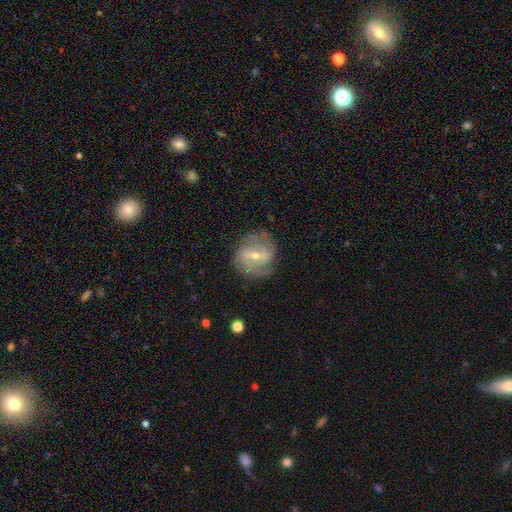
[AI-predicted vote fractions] Overall: featured or disk (78%). Edge-on disk: no (96%). Bar: weak (46%; strong 38%). Spiral arms: yes (88%). Spiral arm count: 2 (55%; can't tell 22%). Spiral winding: medium (41%; tight 38%). Bulge size: small (50%; moderate 47%). Merging: none (73%).